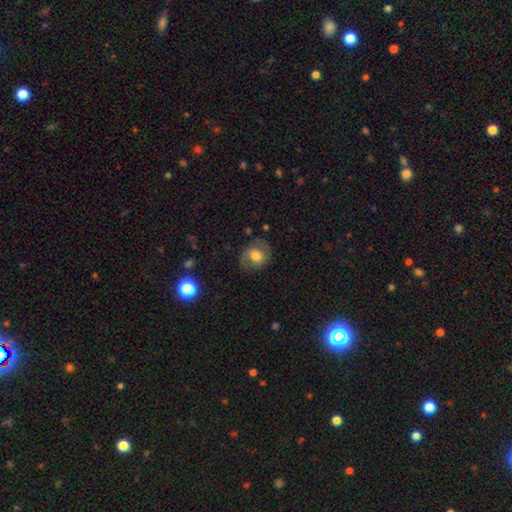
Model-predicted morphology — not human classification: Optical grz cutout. It shows a smooth galaxy with no disk features (60%) that is round (64%). Merging: none (74%).